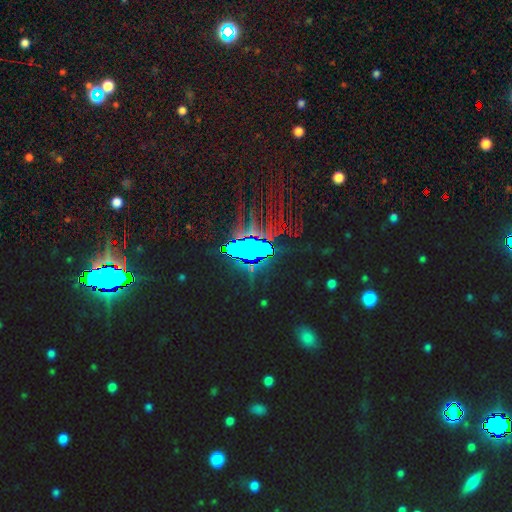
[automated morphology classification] A star or artifact, not a galaxy (80%).

Vote fractions:
- Smooth or featured? star or artifact: 80% / smooth: 11% / featured or disk: 9%